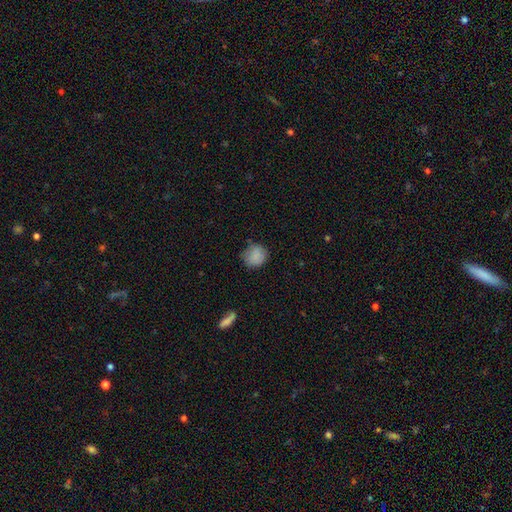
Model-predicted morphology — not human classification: Q: Smooth or featured?
A: smooth (85%); runner-up: star or artifact (9%)
Q: How rounded?
A: round (82%); runner-up: in between (17%)
Q: Merging?
A: none (72%); runner-up: minor disturbance (21%)